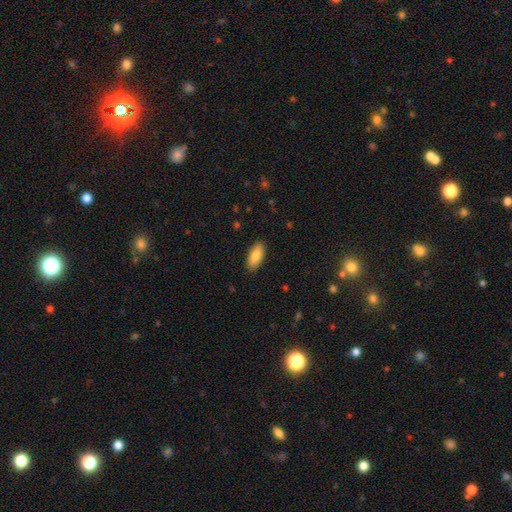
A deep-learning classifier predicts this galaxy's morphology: smooth-or-featured: smooth: 83% | featured or disk: 10% | star or artifact: 6%
  how-rounded: in between: 84% | cigar-shaped: 14% | round: 2%
  merging: none: 88% | minor disturbance: 9% | major disturbance: 2% | merger: 1%